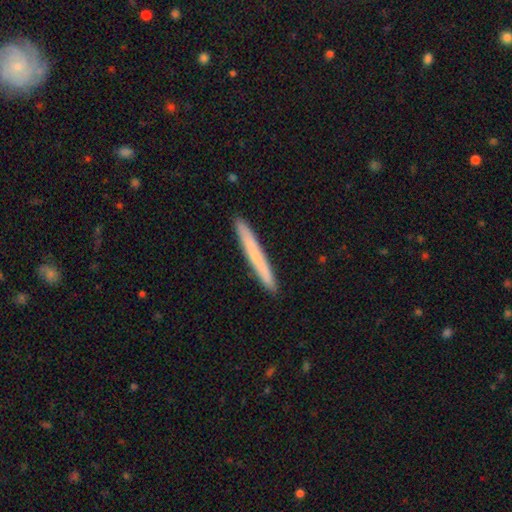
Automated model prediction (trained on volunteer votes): smooth-or-featured: smooth: 64% | featured or disk: 31% | star or artifact: 6%
  how-rounded: cigar-shaped: 97% | in between: 2% | round: 1%
  merging: none: 93% | minor disturbance: 5% | major disturbance: 1% | merger: 1%